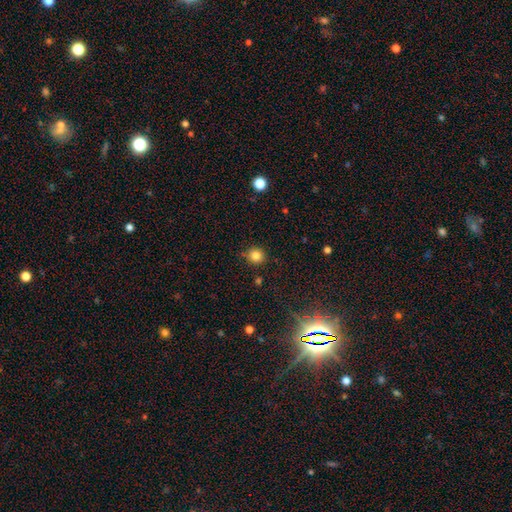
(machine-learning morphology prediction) This is clearly a smooth galaxy (82%). How rounded: clearly round (91%). Merging: clearly none (87%).